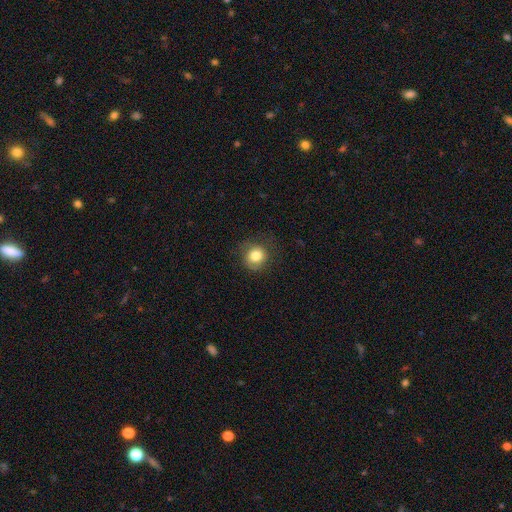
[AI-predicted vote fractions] Smooth or featured? smooth (81%)
How rounded? round (88%)
Merging? none (77%)